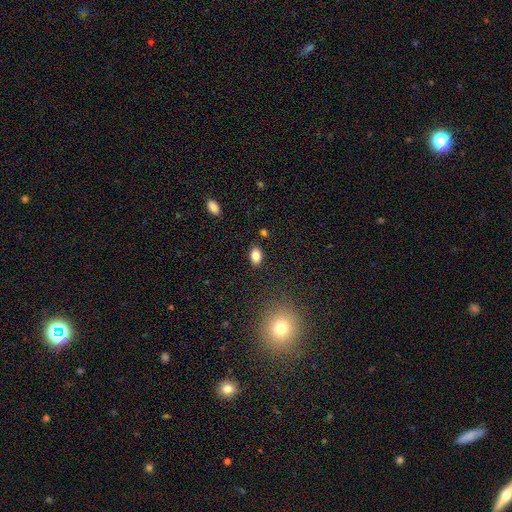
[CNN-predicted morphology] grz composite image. It shows a smooth galaxy with no disk features (83%) that is in between round and cigar-shaped (83%). Merging: none (86%).